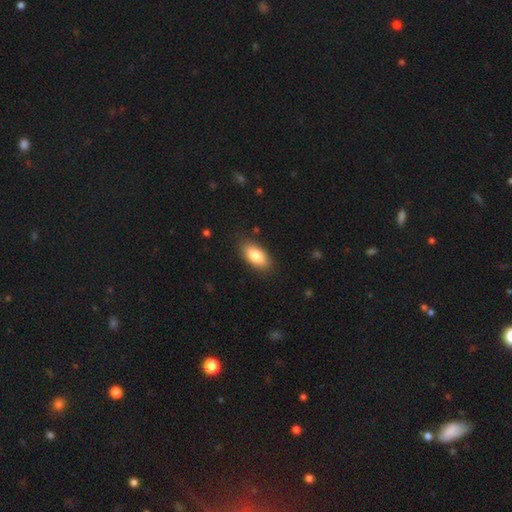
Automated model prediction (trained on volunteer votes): smooth_or_featured: smooth (p=0.83) [alt: featured or disk p=0.11]
how_rounded: in between (p=0.91) [alt: cigar-shaped p=0.06]
merging: none (p=0.86) [alt: minor disturbance p=0.10]